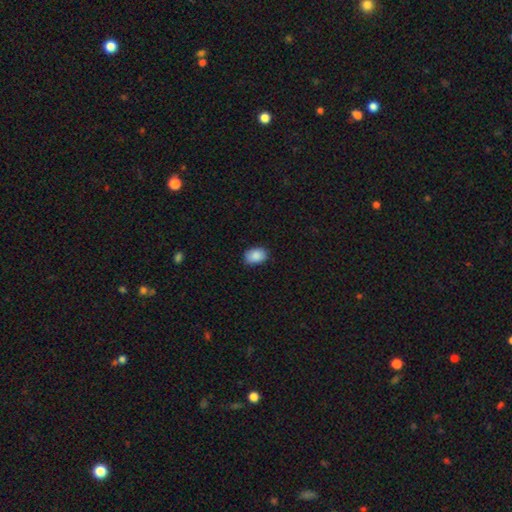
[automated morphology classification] Smooth or featured?
  - smooth: 89% *
  - star or artifact: 7%
  - featured or disk: 4%
How rounded?
  - in between: 79% *
  - round: 20%
  - cigar-shaped: 1%
Merging?
  - none: 82% *
  - minor disturbance: 15%
  - major disturbance: 2%
  - merger: 1%